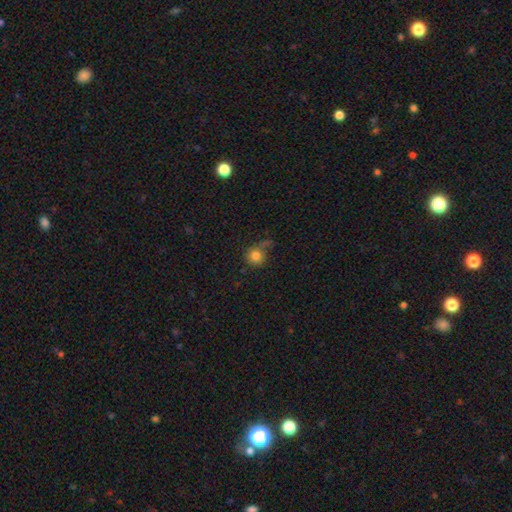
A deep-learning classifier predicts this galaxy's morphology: This is clearly a smooth galaxy (81%). How rounded: clearly round (90%). Merging: possibly none (56%).